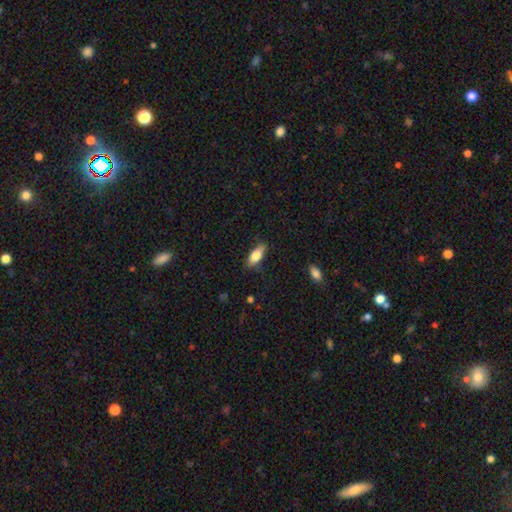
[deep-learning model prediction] Smooth or featured?
  - smooth: 72% *
  - featured or disk: 21%
  - star or artifact: 7%
How rounded?
  - in between: 73% *
  - cigar-shaped: 24%
  - round: 3%
Merging?
  - none: 81% *
  - minor disturbance: 15%
  - major disturbance: 3%
  - merger: 1%